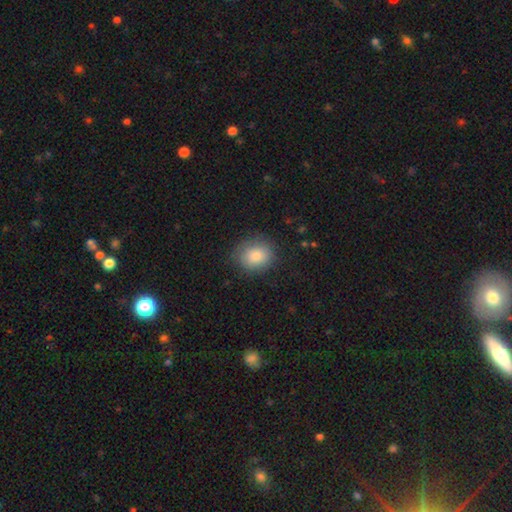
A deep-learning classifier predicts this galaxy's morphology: smooth 85%, star or artifact 9%, featured or disk 6%. Down the decision tree: how rounded — round (69%); merging — none (81%).